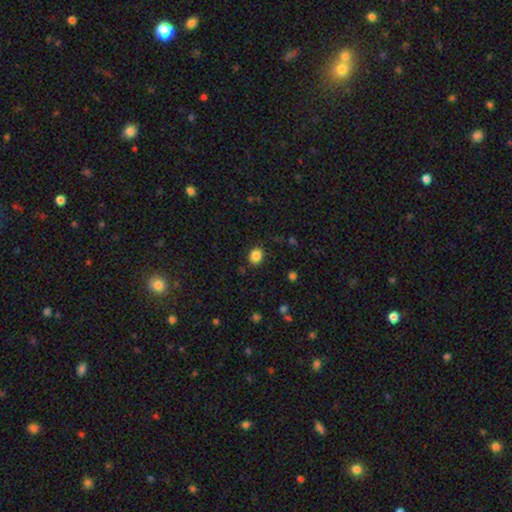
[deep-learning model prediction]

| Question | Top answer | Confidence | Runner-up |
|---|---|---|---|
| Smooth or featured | smooth | 86% | star or artifact (10%) |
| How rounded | round | 59% | in between (40%) |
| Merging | none | 85% | minor disturbance (10%) |